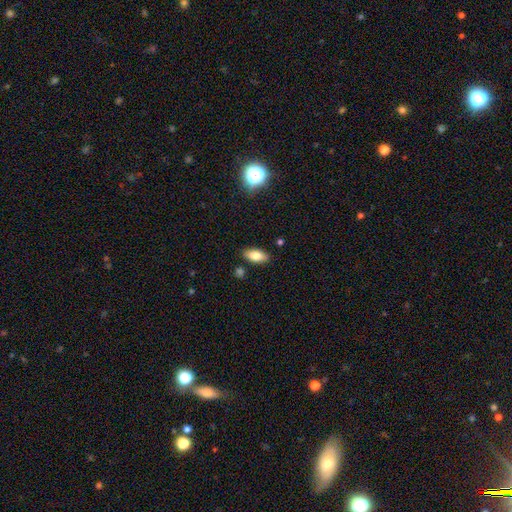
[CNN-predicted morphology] A smooth galaxy with no disk features (81%) that is in between round and cigar-shaped (88%).

Vote fractions:
- Smooth or featured? smooth: 81% / featured or disk: 11% / star or artifact: 8%
- How rounded? in between: 88% / cigar-shaped: 9% / round: 3%
- Merging? none: 86% / minor disturbance: 9% / merger: 3% / major disturbance: 2%